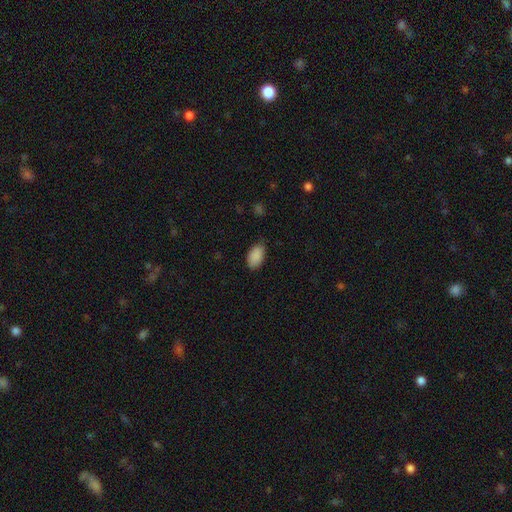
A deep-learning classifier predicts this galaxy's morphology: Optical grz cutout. It shows a smooth galaxy with no disk features (89%) that is in between round and cigar-shaped (93%). Merging: none (74%).